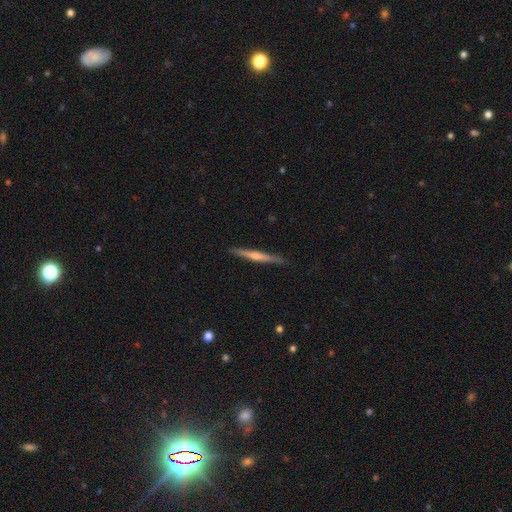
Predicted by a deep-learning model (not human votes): Smooth or featured?
  - featured or disk: 70% *
  - smooth: 24%
  - star or artifact: 6%
Edge-on disk?
  - yes: 98% *
  - no: 2%
Edge-on bulge?
  - rounded: 70% *
  - none: 23%
  - boxy: 7%
Merging?
  - none: 90% *
  - minor disturbance: 8%
  - major disturbance: 1%
  - merger: 1%